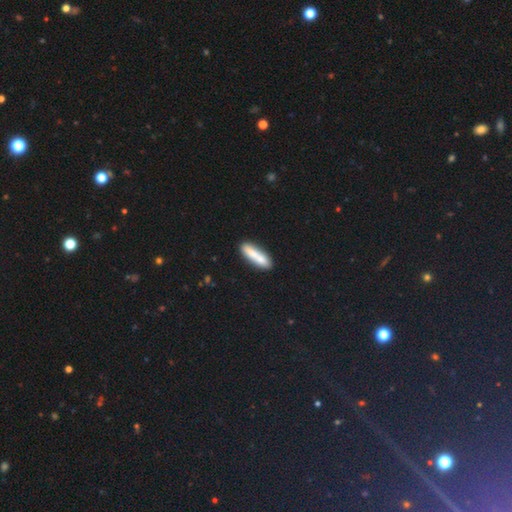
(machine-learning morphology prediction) type=smooth (76%); roundness=cigar-shaped (74%); merging=none (71%).